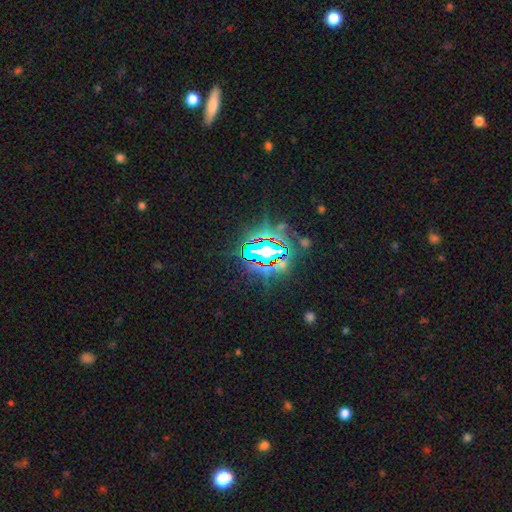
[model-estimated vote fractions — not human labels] Smooth or featured? Predicted: star or artifact (p=0.77).